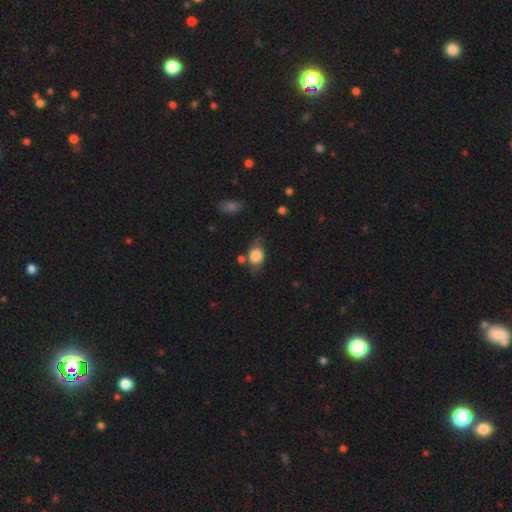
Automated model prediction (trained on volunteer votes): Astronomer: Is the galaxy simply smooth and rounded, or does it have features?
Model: smooth — 77%.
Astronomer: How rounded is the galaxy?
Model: in between — 72%.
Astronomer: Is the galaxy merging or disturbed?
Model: none — 61%.